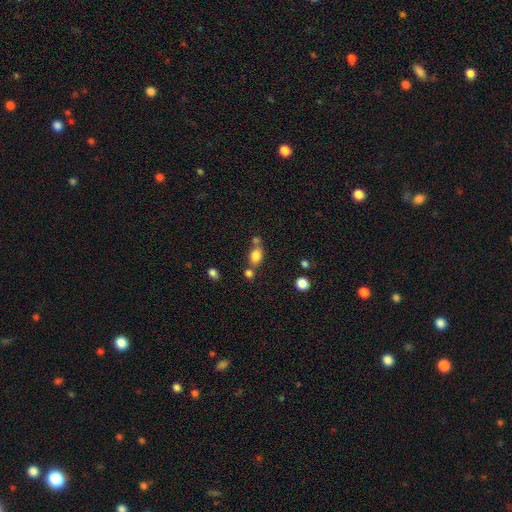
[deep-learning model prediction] Smooth or featured: smooth — 81% (star or artifact — 11%)
How rounded: in between — 75% (round — 23%)
Merging: none — 54% (merger — 28%)